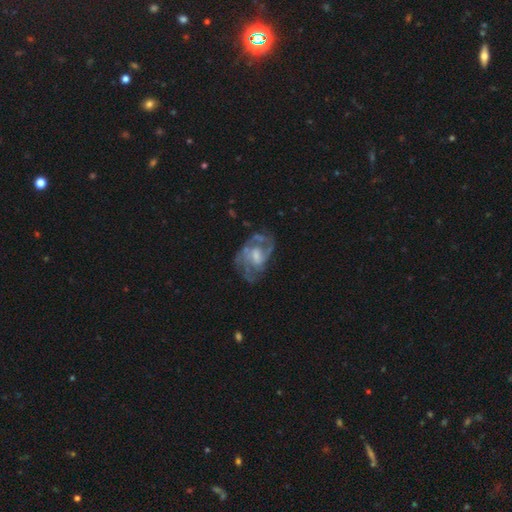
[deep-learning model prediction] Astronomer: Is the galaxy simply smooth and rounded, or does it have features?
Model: featured or disk — 78%.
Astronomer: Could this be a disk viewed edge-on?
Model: no — 97%.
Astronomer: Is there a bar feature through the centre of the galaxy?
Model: weak — 48% (runner-up: no, 41%).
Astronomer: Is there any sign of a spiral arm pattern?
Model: yes — 82%.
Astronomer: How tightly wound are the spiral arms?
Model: medium — 44% (runner-up: tight, 37%).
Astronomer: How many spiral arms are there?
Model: can't tell — 38% (runner-up: 2, 25%).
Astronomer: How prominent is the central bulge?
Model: moderate — 41% (runner-up: small, 29%).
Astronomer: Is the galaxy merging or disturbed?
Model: none — 52%.